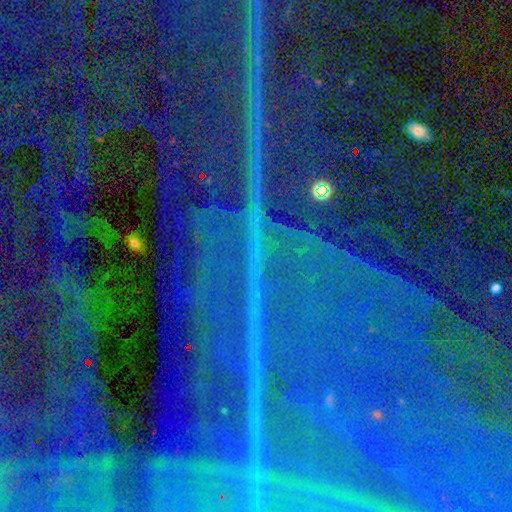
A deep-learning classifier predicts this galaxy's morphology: star or artifact 89%, featured or disk 7%, smooth 5%.